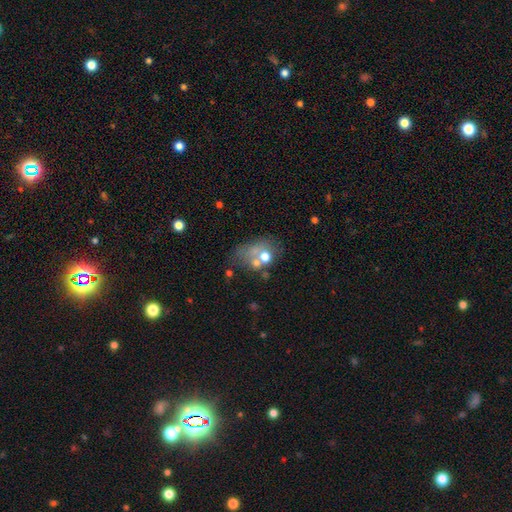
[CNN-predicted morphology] The model was most divided on "merging": none: 35%, merger: 32%, major disturbance: 17%, minor disturbance: 15%. More confident: how rounded — in between (58%); smooth or featured — smooth (52%).